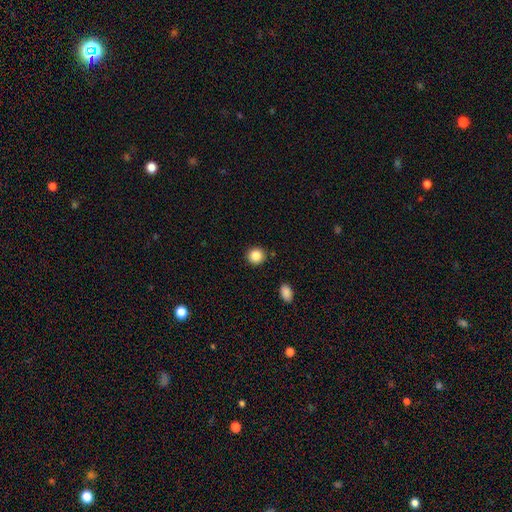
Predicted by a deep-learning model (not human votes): The model was most divided on "smooth or featured": smooth: 87%, star or artifact: 9%, featured or disk: 4%. More confident: how rounded — round (90%); merging — none (89%).